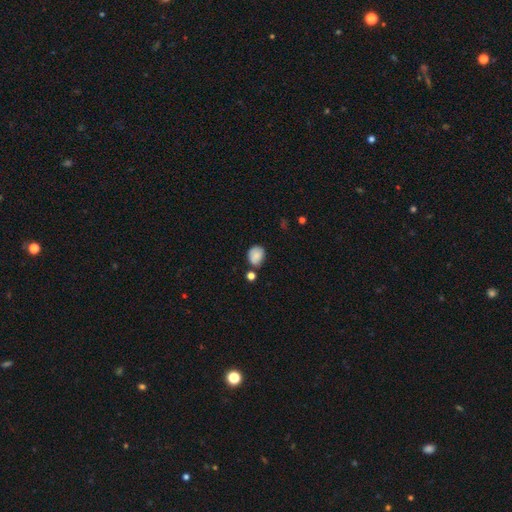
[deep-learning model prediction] Smooth or featured? Predicted: smooth (p=0.84). How rounded? Predicted: in between (p=0.52). Merging? Predicted: none (p=0.60).